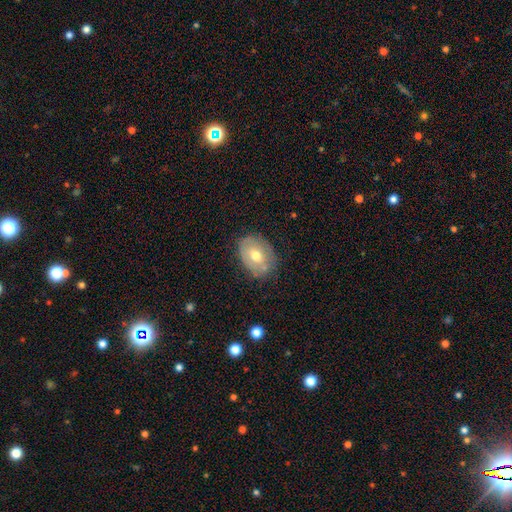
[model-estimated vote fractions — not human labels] This appears to be a smooth galaxy with no disk features (56%) that is in between round and cigar-shaped (71%). Merging: none (74%).